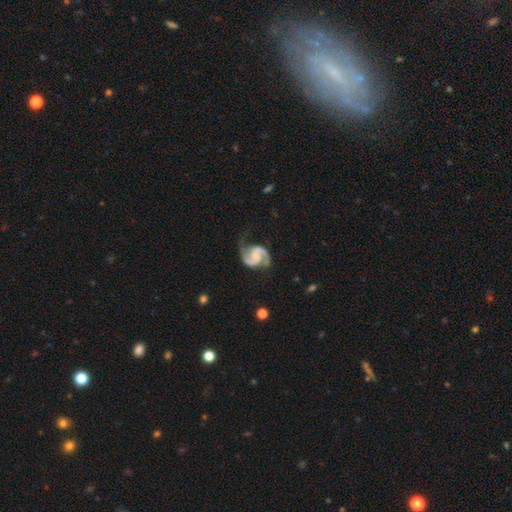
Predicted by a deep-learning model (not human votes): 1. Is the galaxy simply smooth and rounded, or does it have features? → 93% featured or disk, 4% star or artifact, 4% smooth.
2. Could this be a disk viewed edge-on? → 98% no, 2% yes.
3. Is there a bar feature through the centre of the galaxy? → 51% no, 37% weak, 12% strong.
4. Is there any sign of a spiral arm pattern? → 98% yes, 2% no.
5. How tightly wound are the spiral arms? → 60% medium, 21% loose, 19% tight.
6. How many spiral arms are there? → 94% 2, 1% can't tell, 1% 3, 1% 1, 1% 4, 1% more than 4.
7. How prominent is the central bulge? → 46% small, 25% moderate, 25% none, 3% large, 1% dominant.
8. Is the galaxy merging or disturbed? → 72% none, 18% minor disturbance, 8% major disturbance, 2% merger.